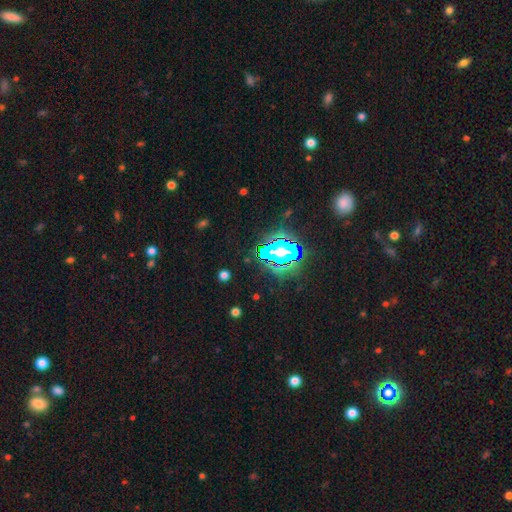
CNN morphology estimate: Smooth or featured? star or artifact (72%)